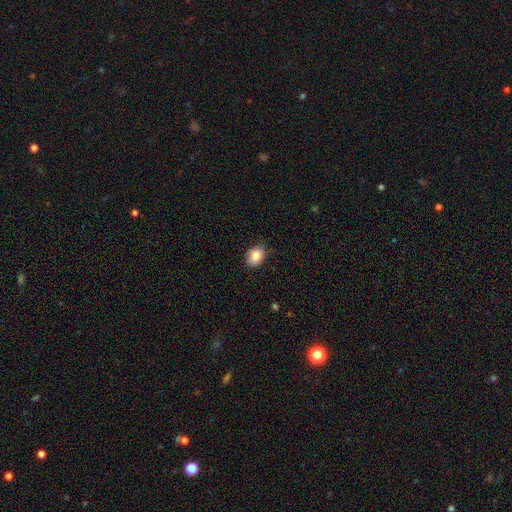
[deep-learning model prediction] smooth-or-featured: smooth: 86% | star or artifact: 8% | featured or disk: 5%
  how-rounded: in between: 68% | round: 31% | cigar-shaped: 1%
  merging: none: 83% | minor disturbance: 14% | major disturbance: 2% | merger: 1%